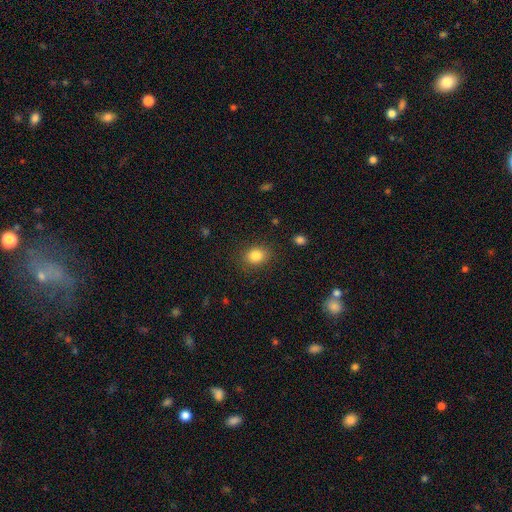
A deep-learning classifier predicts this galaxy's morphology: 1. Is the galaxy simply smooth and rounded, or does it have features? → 84% smooth, 10% star or artifact, 6% featured or disk.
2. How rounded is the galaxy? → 50% in between, 49% round, 1% cigar-shaped.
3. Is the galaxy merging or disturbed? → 85% none, 10% minor disturbance, 3% major disturbance, 1% merger.